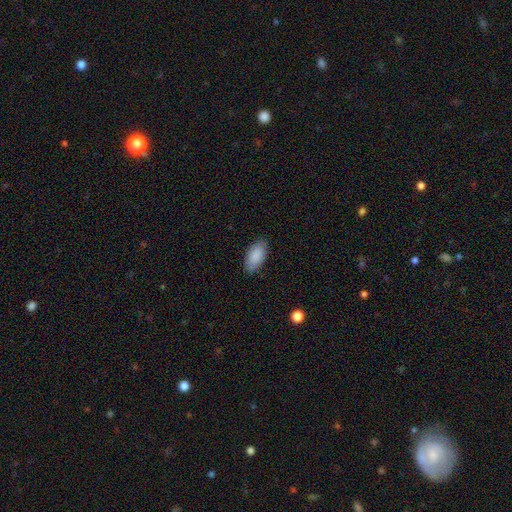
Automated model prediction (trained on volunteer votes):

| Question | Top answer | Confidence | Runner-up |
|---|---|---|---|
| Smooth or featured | smooth | 88% | featured or disk (6%) |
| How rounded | in between | 94% | cigar-shaped (3%) |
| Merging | none | 83% | minor disturbance (13%) |